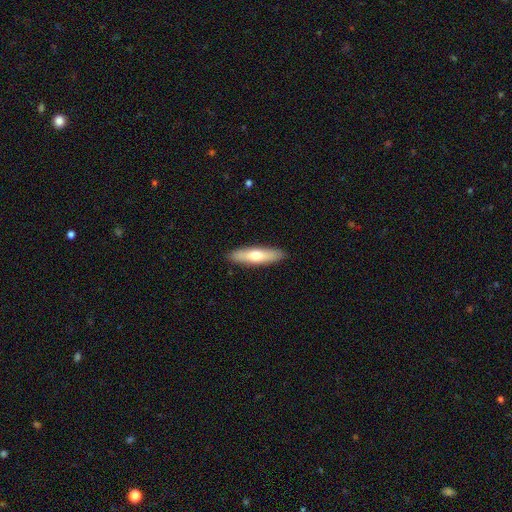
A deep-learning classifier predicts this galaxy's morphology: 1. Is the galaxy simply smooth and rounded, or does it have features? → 61% smooth, 34% featured or disk, 5% star or artifact.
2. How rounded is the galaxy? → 73% cigar-shaped, 26% in between, 2% round.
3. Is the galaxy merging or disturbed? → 90% none, 7% minor disturbance, 2% major disturbance, 1% merger.